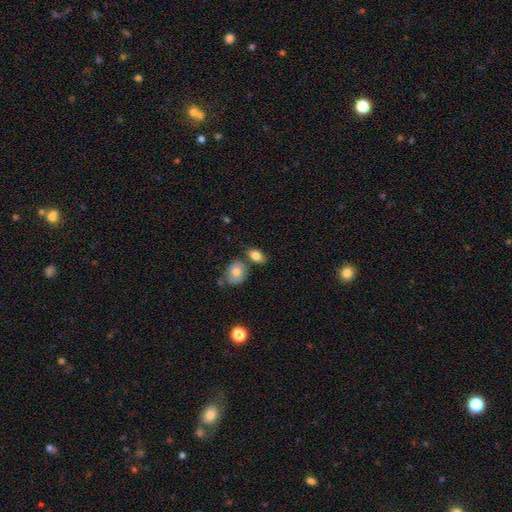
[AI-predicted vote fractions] Morphology: type=smooth (81%); roundness=in between (83%); merging=none (60%).